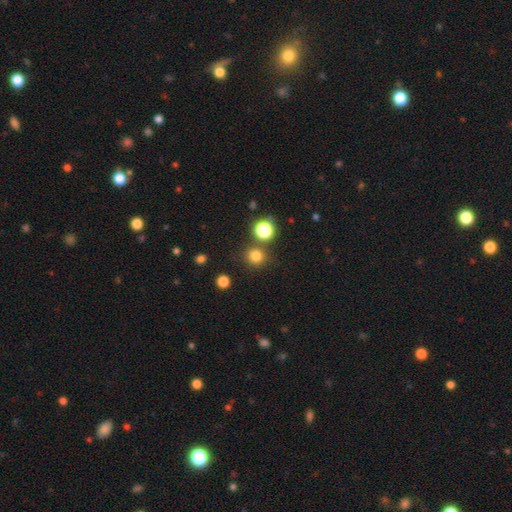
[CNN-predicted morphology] Q: Smooth or featured?
A: smooth (78%); runner-up: star or artifact (17%)
Q: How rounded?
A: round (90%); runner-up: in between (9%)
Q: Merging?
A: none (82%); runner-up: merger (8%)